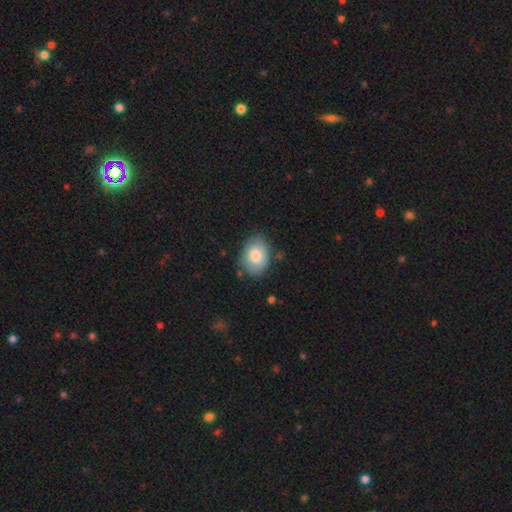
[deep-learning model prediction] Q: Smooth or featured?
A: smooth (78%); runner-up: featured or disk (15%)
Q: How rounded?
A: in between (73%); runner-up: round (26%)
Q: Merging?
A: none (74%); runner-up: minor disturbance (19%)